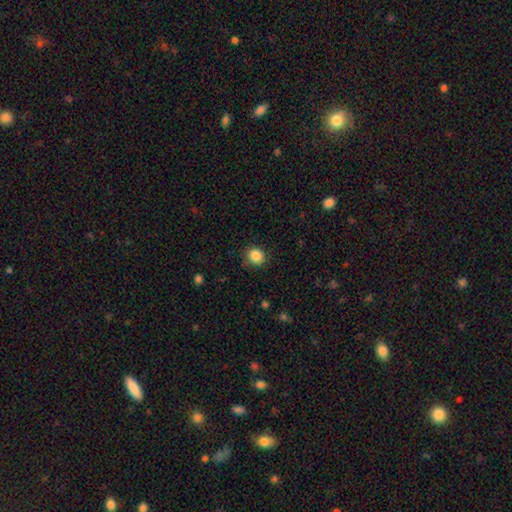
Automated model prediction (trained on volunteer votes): smooth_or_featured: smooth (p=0.86) [alt: star or artifact p=0.10]
how_rounded: round (p=0.86) [alt: in between p=0.13]
merging: none (p=0.86) [alt: minor disturbance p=0.10]